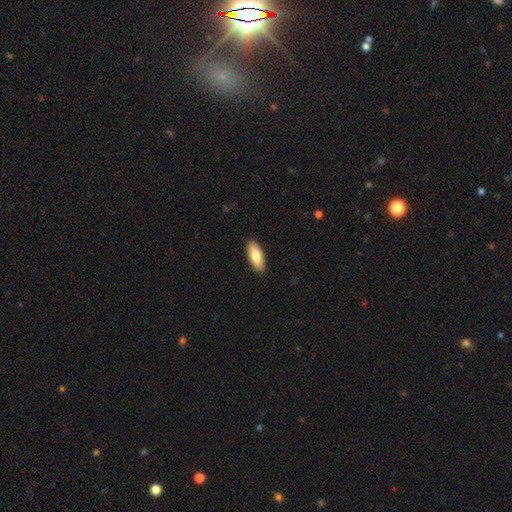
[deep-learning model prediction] smooth 80%, featured or disk 14%, star or artifact 6%. Down the decision tree: how rounded — in between (81%); merging — none (90%).